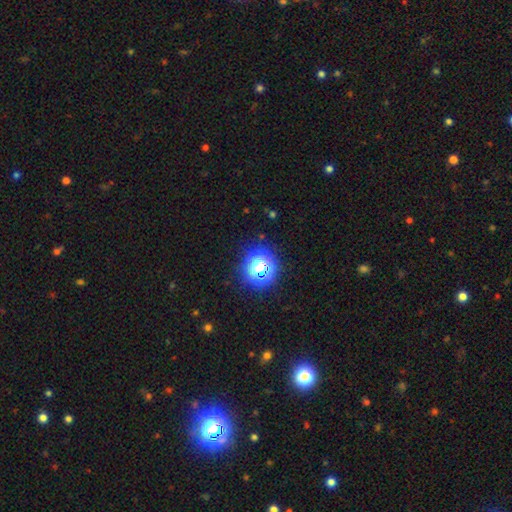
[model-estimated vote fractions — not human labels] A smooth galaxy with no disk features (48%). Merging: none (90%).